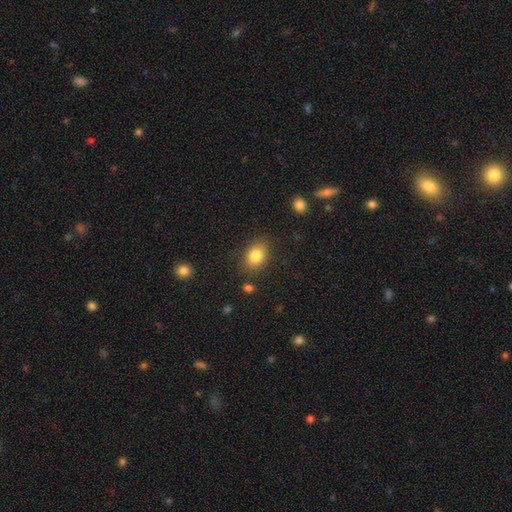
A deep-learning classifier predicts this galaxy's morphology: Smooth or featured?
  - smooth: 83% *
  - star or artifact: 9%
  - featured or disk: 8%
How rounded?
  - in between: 70% *
  - round: 28%
  - cigar-shaped: 1%
Merging?
  - none: 83% *
  - minor disturbance: 11%
  - major disturbance: 3%
  - merger: 2%